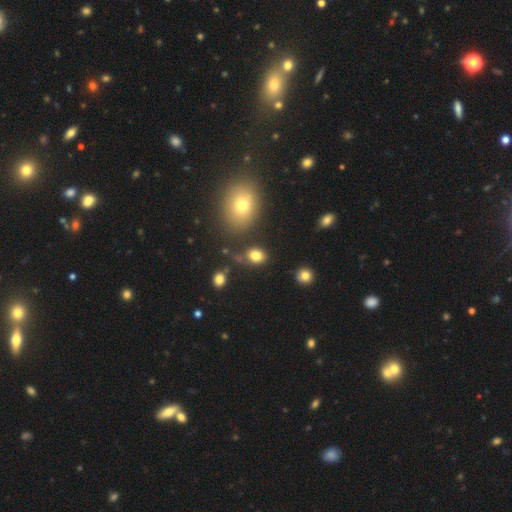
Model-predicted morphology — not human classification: Smooth or featured?
  - smooth: 81% *
  - star or artifact: 12%
  - featured or disk: 7%
How rounded?
  - in between: 61% *
  - round: 38%
  - cigar-shaped: 2%
Merging?
  - none: 69% *
  - minor disturbance: 15%
  - merger: 10%
  - major disturbance: 6%